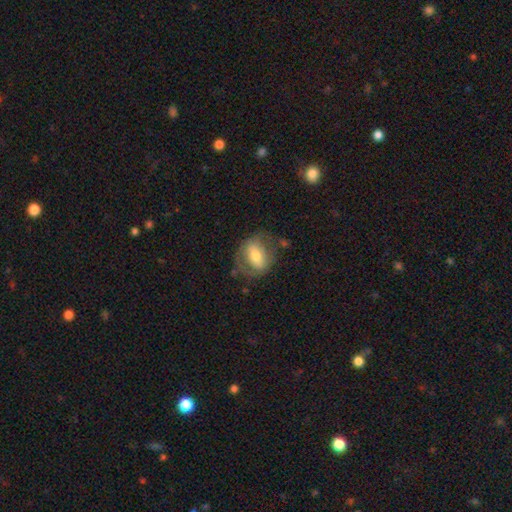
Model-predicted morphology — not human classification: A smooth galaxy with no disk features (50%). Merging: none (59%).